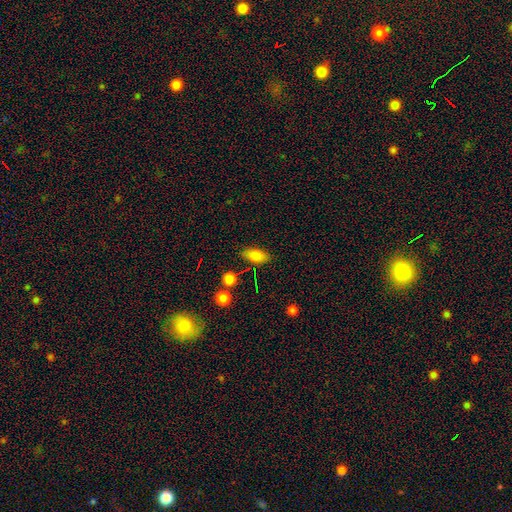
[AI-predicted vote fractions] The model was most divided on "merging": none: 81%, minor disturbance: 12%, merger: 4%, major disturbance: 3%. More confident: how rounded — in between (89%); smooth or featured — smooth (83%).